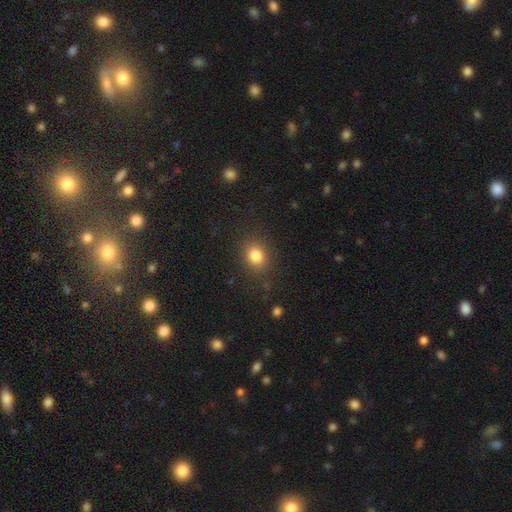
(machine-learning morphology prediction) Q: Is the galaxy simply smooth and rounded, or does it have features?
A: smooth — 82%.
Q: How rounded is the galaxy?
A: round — 55%.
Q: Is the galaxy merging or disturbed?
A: none — 83%.